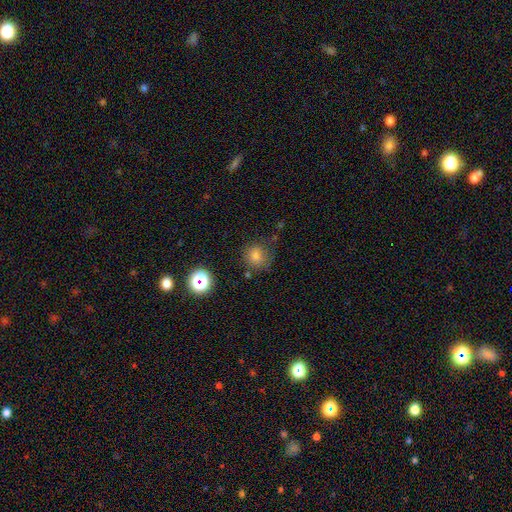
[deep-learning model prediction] smooth-or-featured: smooth: 77% | star or artifact: 16% | featured or disk: 7%
  how-rounded: round: 85% | in between: 14% | cigar-shaped: 1%
  merging: none: 71% | minor disturbance: 18% | major disturbance: 6% | merger: 4%